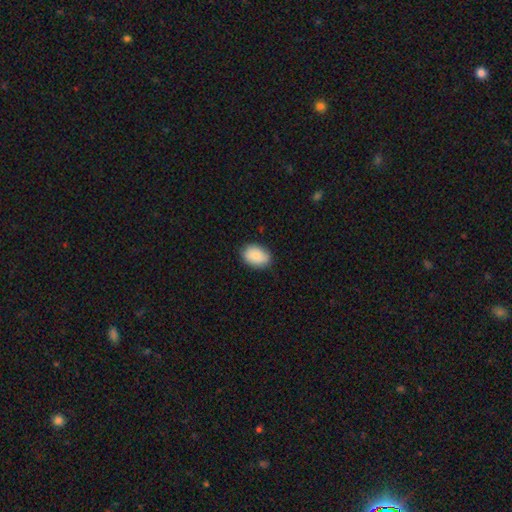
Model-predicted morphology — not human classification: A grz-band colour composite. It shows a smooth galaxy with no disk features (85%) that is in between round and cigar-shaped (80%). Merging: none (82%).